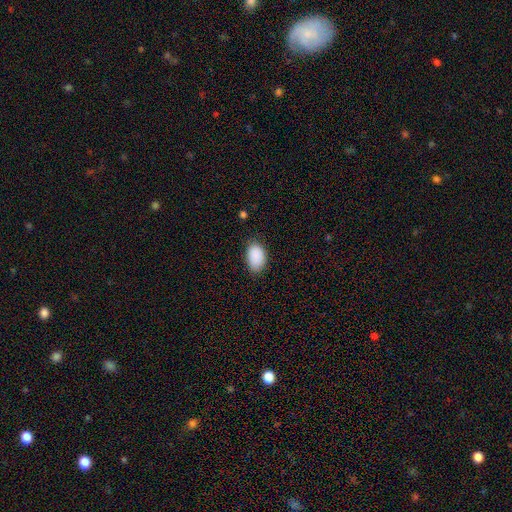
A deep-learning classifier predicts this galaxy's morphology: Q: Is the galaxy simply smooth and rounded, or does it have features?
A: smooth — 90%.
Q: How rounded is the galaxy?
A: in between — 91%.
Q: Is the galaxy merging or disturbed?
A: none — 78%.